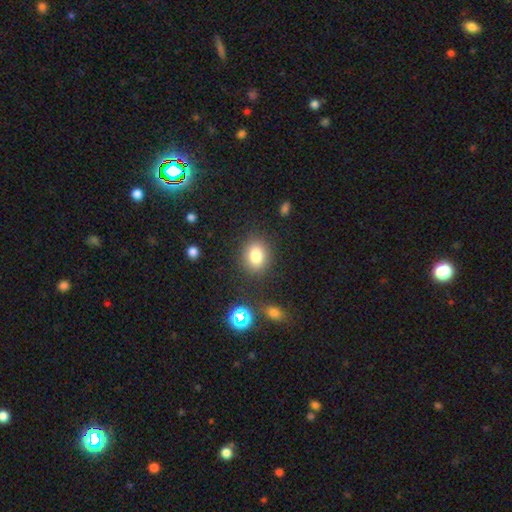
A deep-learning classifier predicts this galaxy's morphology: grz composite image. It shows a smooth galaxy with no disk features (80%) that is round (58%). Merging: none (85%).